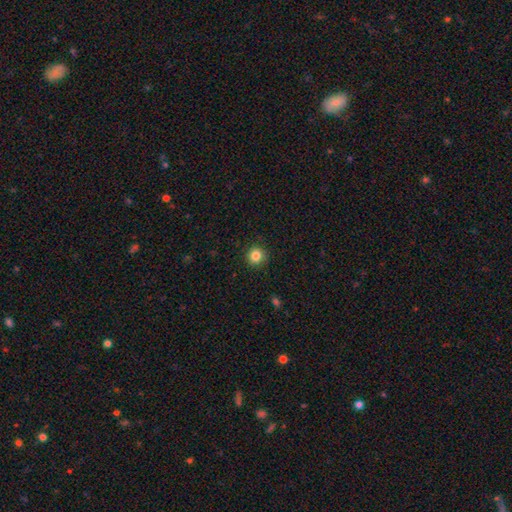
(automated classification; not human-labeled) smooth-or-featured: smooth: 85% | star or artifact: 11% | featured or disk: 5%
  how-rounded: round: 94% | in between: 5% | cigar-shaped: 1%
  merging: none: 91% | minor disturbance: 6% | major disturbance: 2% | merger: 1%